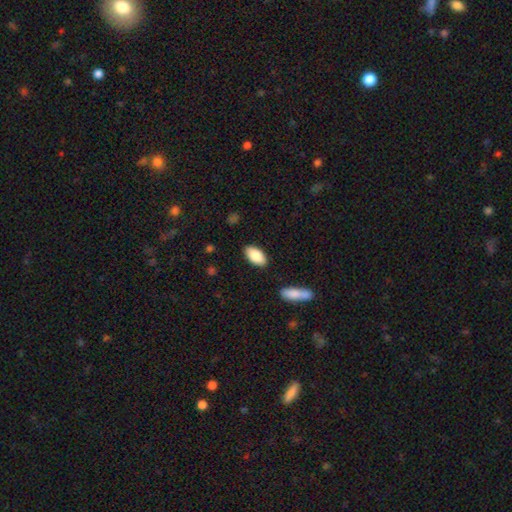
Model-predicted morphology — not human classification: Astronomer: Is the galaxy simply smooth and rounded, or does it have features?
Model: smooth — 86%.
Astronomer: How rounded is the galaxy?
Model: in between — 93%.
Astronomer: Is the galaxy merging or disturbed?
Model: none — 86%.